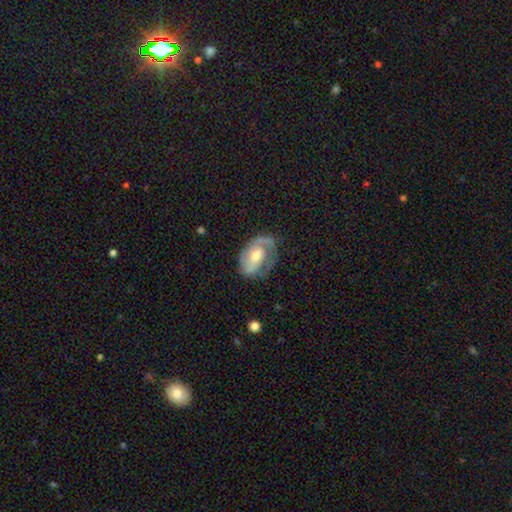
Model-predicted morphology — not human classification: A featured or disk galaxy (75%) with no bar (53%), 2 (62%) medium (44%) spiral arms (89%) and a moderate central bulge (65%). Merging: none (61%).